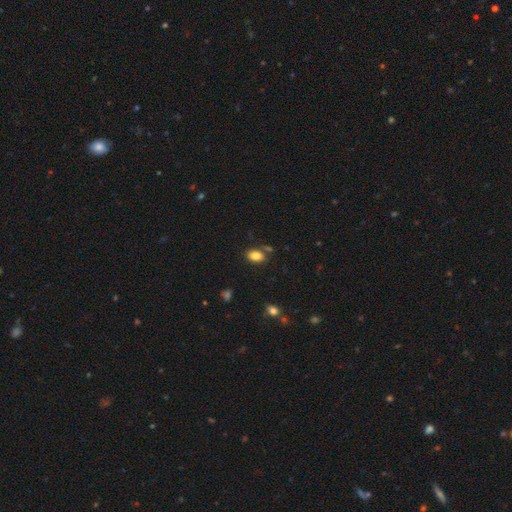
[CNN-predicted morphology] Smooth or featured?
  - smooth: 83% *
  - star or artifact: 10%
  - featured or disk: 7%
How rounded?
  - in between: 83% *
  - round: 16%
  - cigar-shaped: 1%
Merging?
  - none: 74% *
  - minor disturbance: 14%
  - merger: 9%
  - major disturbance: 4%